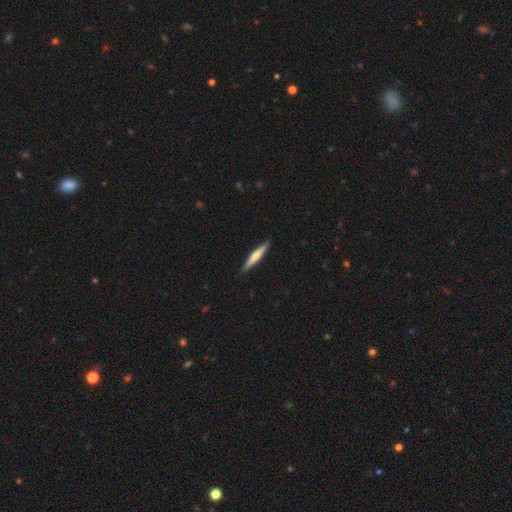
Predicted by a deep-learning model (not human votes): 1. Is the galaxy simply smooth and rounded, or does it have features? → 50% smooth, 45% featured or disk, 5% star or artifact.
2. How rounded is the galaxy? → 93% cigar-shaped, 5% in between, 1% round.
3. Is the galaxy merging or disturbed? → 90% none, 7% minor disturbance, 1% major disturbance, 1% merger.